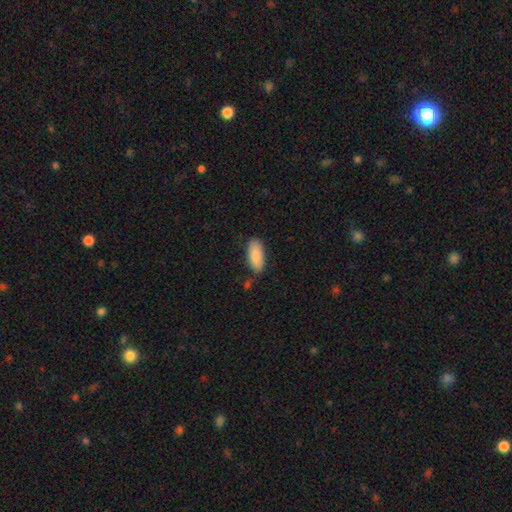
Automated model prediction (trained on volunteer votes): smooth_or_featured: smooth (p=0.87) [alt: featured or disk p=0.07]
how_rounded: in between (p=0.86) [alt: cigar-shaped p=0.13]
merging: none (p=0.74) [alt: minor disturbance p=0.19]